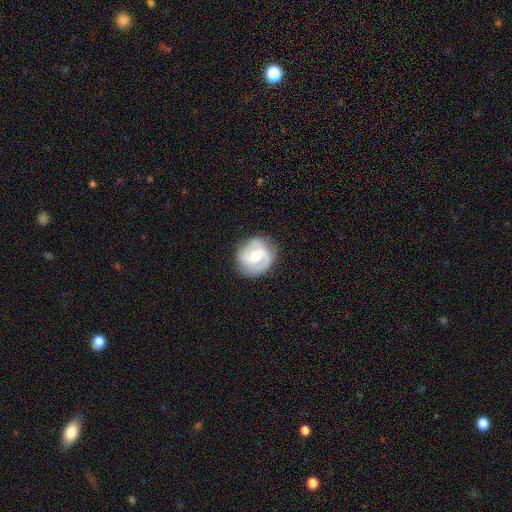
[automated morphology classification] smooth-or-featured: featured or disk: 75% | smooth: 20% | star or artifact: 5%
  disk-edge-on: no: 97% | yes: 3%
    bar: weak: 49% | no: 27% | strong: 24%
    has-spiral-arms: yes: 89% | no: 11%
      spiral-winding: medium: 46% | tight: 34% | loose: 20%
      spiral-arm-count: 2: 83% | can't tell: 8% | 3: 4% | 1: 3% | 4: 1% | more than 4: 1%
    bulge-size: moderate: 66% | small: 29% | large: 3% | none: 1% | dominant: 1%
  merging: none: 82% | minor disturbance: 13% | major disturbance: 4% | merger: 1%